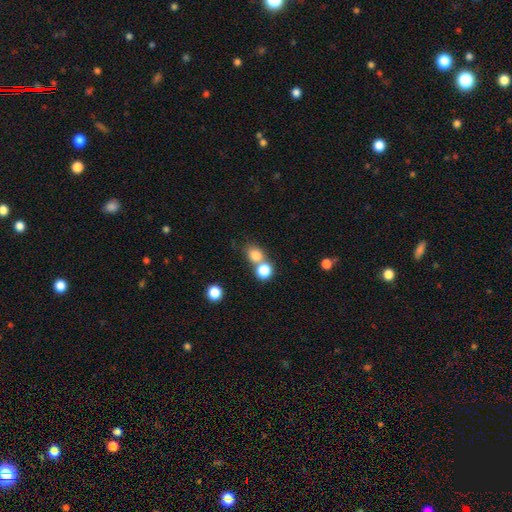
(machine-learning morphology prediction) A smooth galaxy with no disk features (79%) that is round (70%). Merging: none (49%).